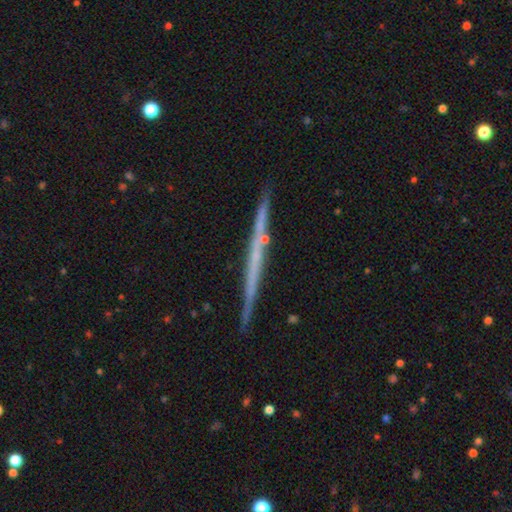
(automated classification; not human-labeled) Overall: featured or disk (66%; smooth 27%). Edge-on disk: yes (97%). Edge-on bulge: none (89%). Merging: none (87%).